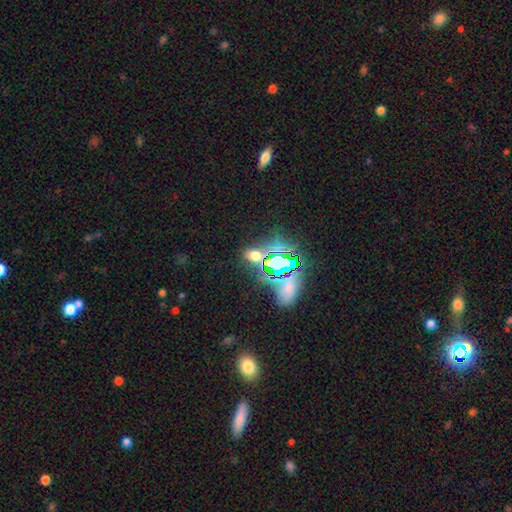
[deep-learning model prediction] smooth_or_featured: star or artifact (p=0.46) [alt: smooth p=0.45]